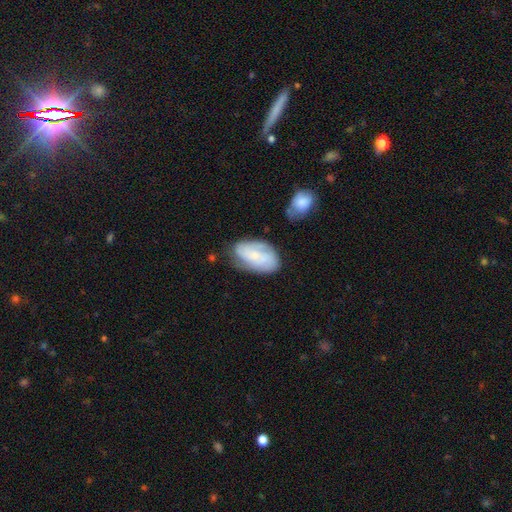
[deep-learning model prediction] Q: Smooth or featured?
A: featured or disk (56%); runner-up: smooth (37%)
Q: Edge-on disk?
A: no (95%); runner-up: yes (5%)
Q: Bar?
A: no (65%); runner-up: weak (28%)
Q: Spiral arms?
A: yes (83%); runner-up: no (17%)
Q: Bulge size?
A: small (71%); runner-up: moderate (22%)
Q: Merging?
A: none (63%); runner-up: minor disturbance (24%)